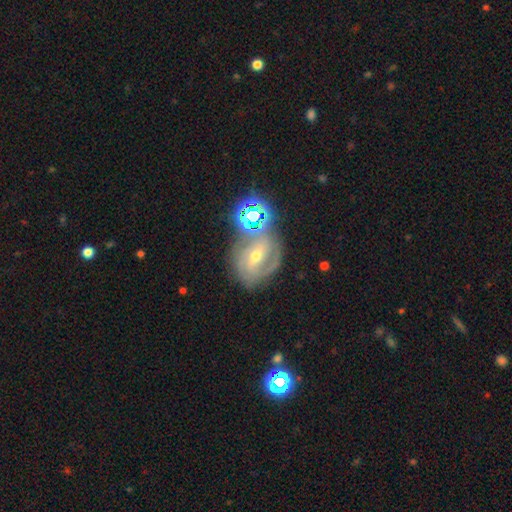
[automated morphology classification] Smooth or featured? featured or disk (70%)
Edge-on disk? no (96%)
Bar? weak (43%)
Spiral arms? yes (90%)
Spiral winding? tight (44%)
Spiral arm count? 2 (51%)
Bulge size? moderate (50%)
Merging? none (61%)